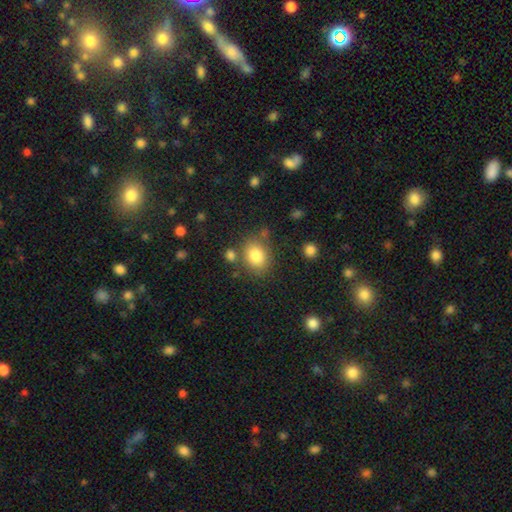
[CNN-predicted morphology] Smooth or featured?
  - smooth: 82% *
  - star or artifact: 9%
  - featured or disk: 8%
How rounded?
  - in between: 52% *
  - round: 47%
  - cigar-shaped: 1%
Merging?
  - none: 73% *
  - minor disturbance: 14%
  - merger: 9%
  - major disturbance: 5%